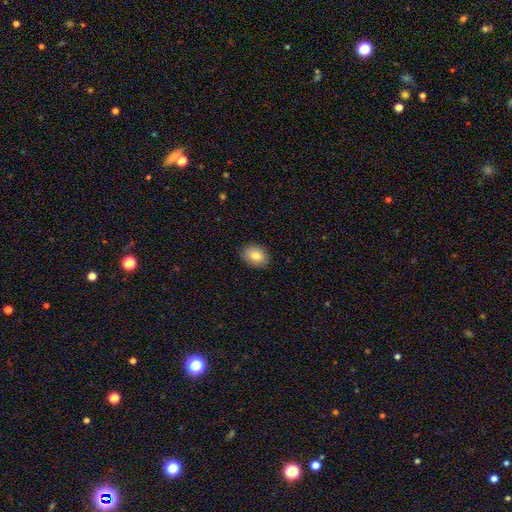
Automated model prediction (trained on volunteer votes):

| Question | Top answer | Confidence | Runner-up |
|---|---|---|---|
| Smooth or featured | smooth | 80% | featured or disk (12%) |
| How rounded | in between | 67% | round (32%) |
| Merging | none | 88% | minor disturbance (9%) |